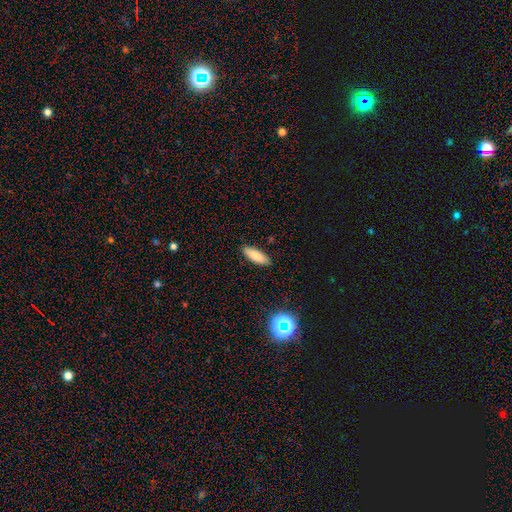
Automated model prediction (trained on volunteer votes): Q: Smooth or featured?
A: smooth (83%); runner-up: featured or disk (9%)
Q: How rounded?
A: in between (60%); runner-up: cigar-shaped (38%)
Q: Merging?
A: none (88%); runner-up: minor disturbance (9%)